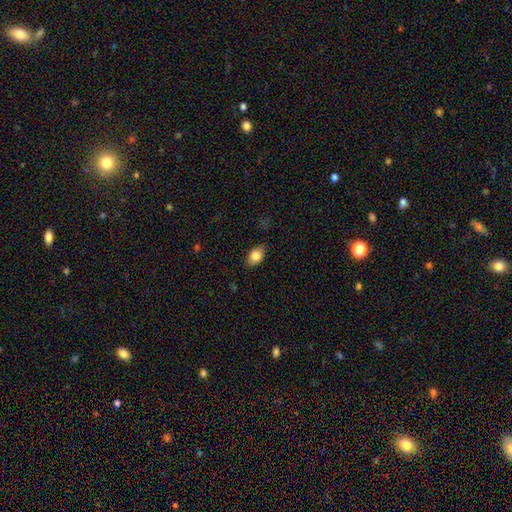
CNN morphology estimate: Smooth or featured? smooth (82%)
How rounded? in between (81%)
Merging? none (79%)